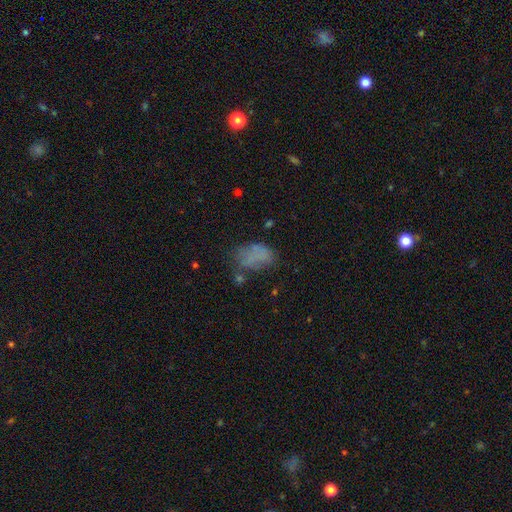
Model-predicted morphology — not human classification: Smooth or featured? smooth (59%)
How rounded? in between (86%)
Merging? none (40%)